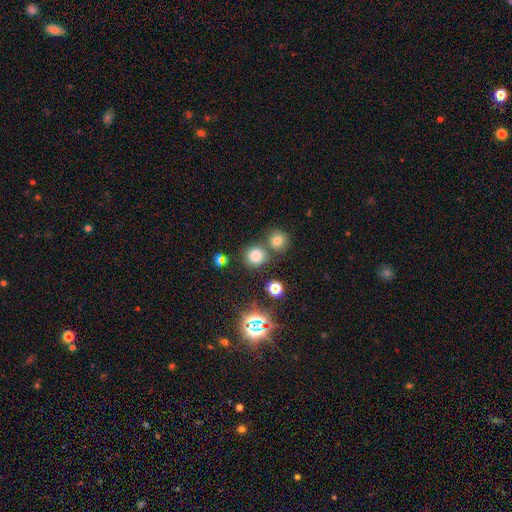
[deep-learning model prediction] Smooth or featured?
  - smooth: 73% *
  - star or artifact: 21%
  - featured or disk: 6%
How rounded?
  - round: 89% *
  - in between: 10%
  - cigar-shaped: 1%
Merging?
  - none: 71% *
  - merger: 18%
  - minor disturbance: 8%
  - major disturbance: 3%